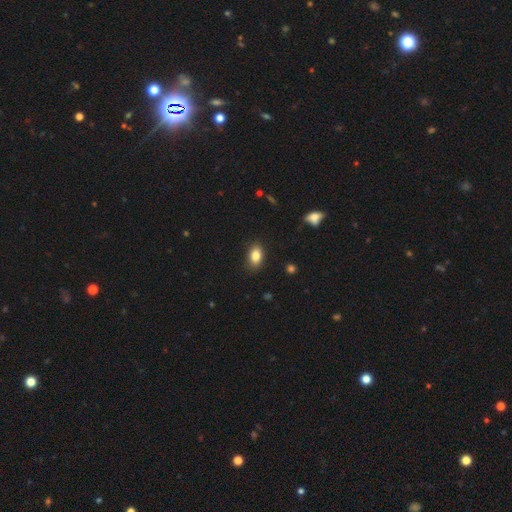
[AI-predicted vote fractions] Smooth or featured? smooth (85%)
How rounded? in between (87%)
Merging? none (86%)